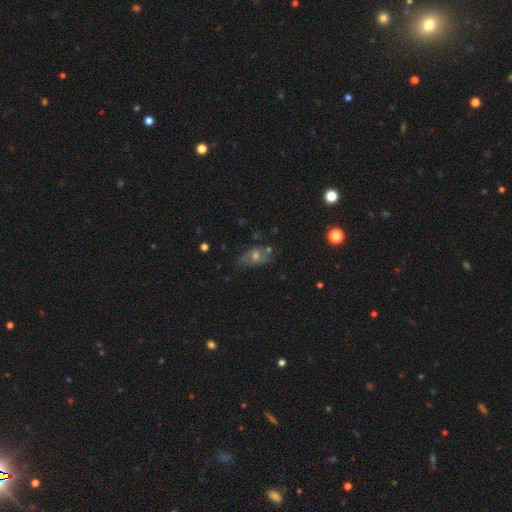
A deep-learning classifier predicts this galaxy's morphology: This is marginally a smooth galaxy (41%). Merging: likely none (60%).